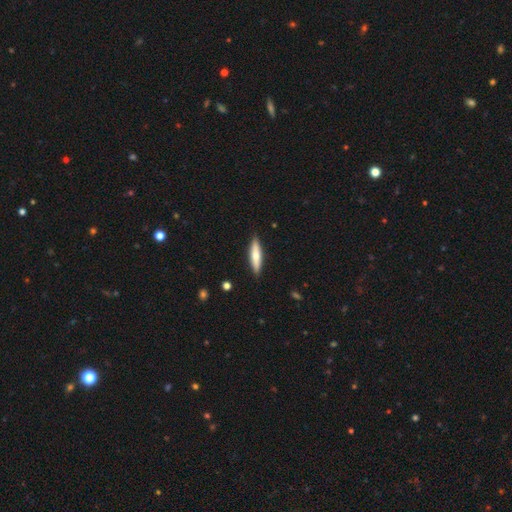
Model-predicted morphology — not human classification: type=smooth (62%); roundness=cigar-shaped (78%); merging=none (89%).